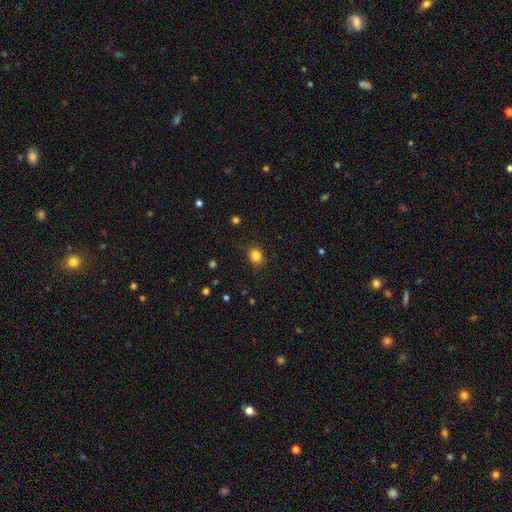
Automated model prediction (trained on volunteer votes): Overall: smooth (83%). How rounded: round (56%; in between 43%). Merging: none (85%).